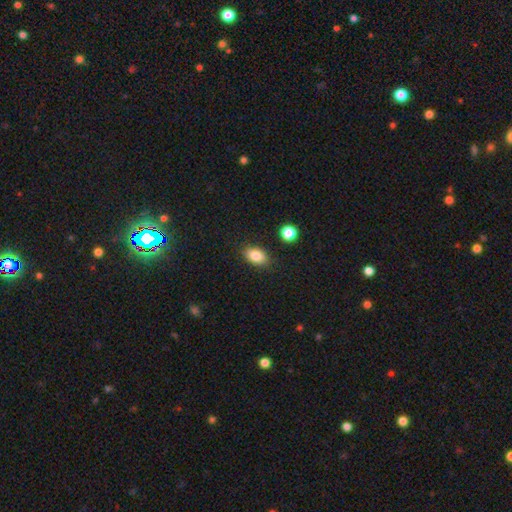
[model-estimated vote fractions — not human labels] Q: Smooth or featured?
A: smooth (85%); runner-up: star or artifact (9%)
Q: How rounded?
A: in between (86%); runner-up: round (12%)
Q: Merging?
A: none (84%); runner-up: minor disturbance (11%)